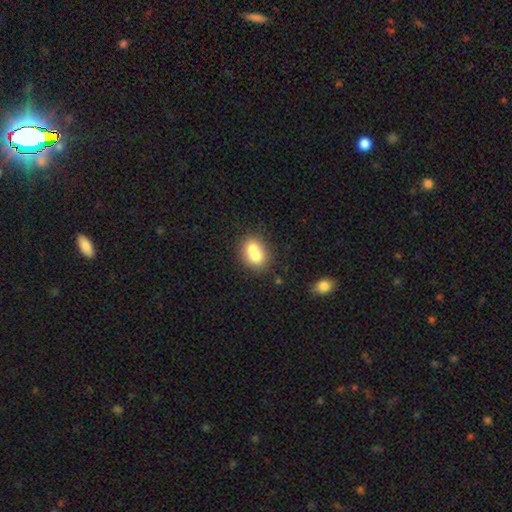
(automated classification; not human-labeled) Smooth or featured? smooth (72%)
How rounded? in between (50%)
Merging? merger (54%)